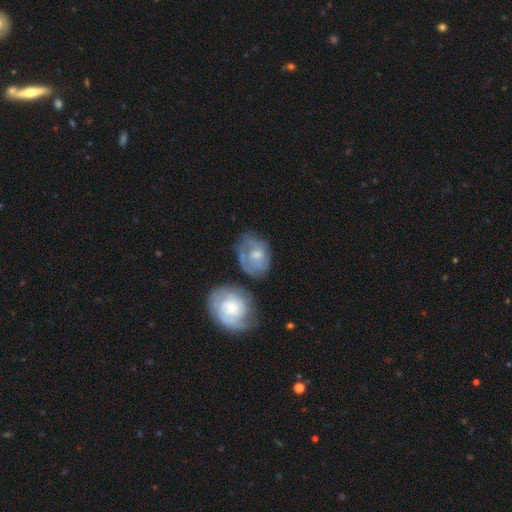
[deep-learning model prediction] Smooth or featured? featured or disk (54%)
Edge-on disk? no (97%)
Bar? no (70%)
Spiral arms? yes (65%)
Bulge size? small (45%)
Merging? none (46%)